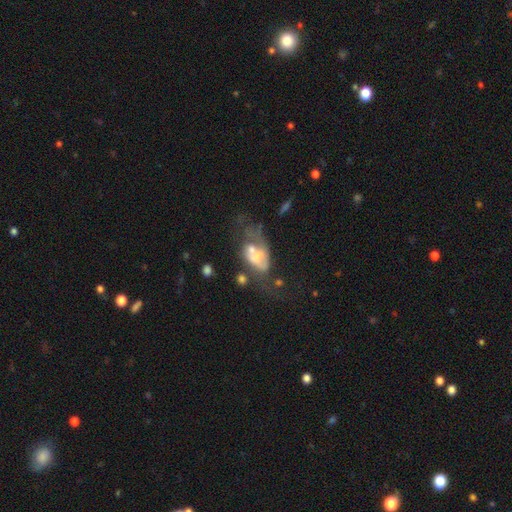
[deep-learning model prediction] smooth-or-featured: featured or disk: 50% | smooth: 40% | star or artifact: 10%
  merging: merger: 38% | major disturbance: 34% | none: 15% | minor disturbance: 13%